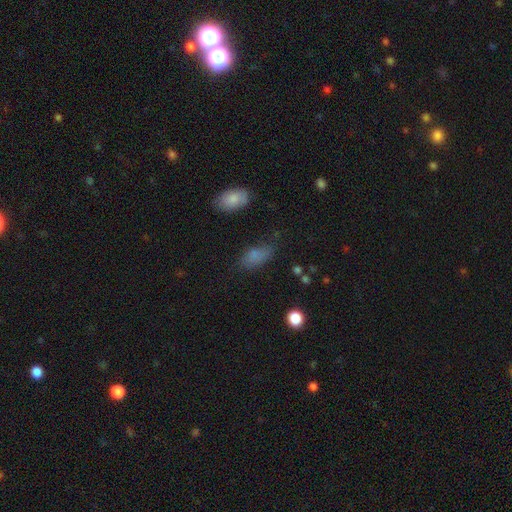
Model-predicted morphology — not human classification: Smooth or featured? smooth (78%)
How rounded? in between (89%)
Merging? none (61%)